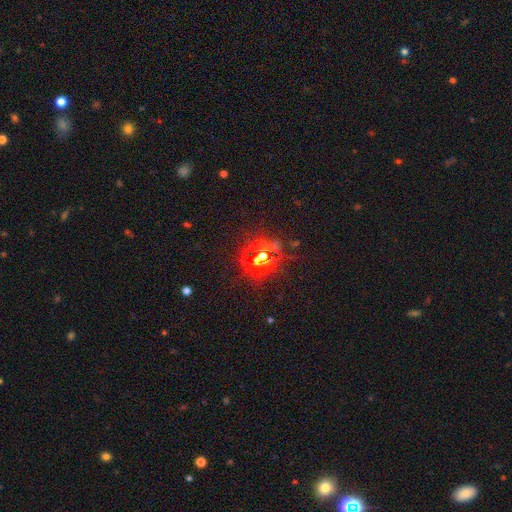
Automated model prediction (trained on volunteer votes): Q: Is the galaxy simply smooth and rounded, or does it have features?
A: star or artifact — 59%.